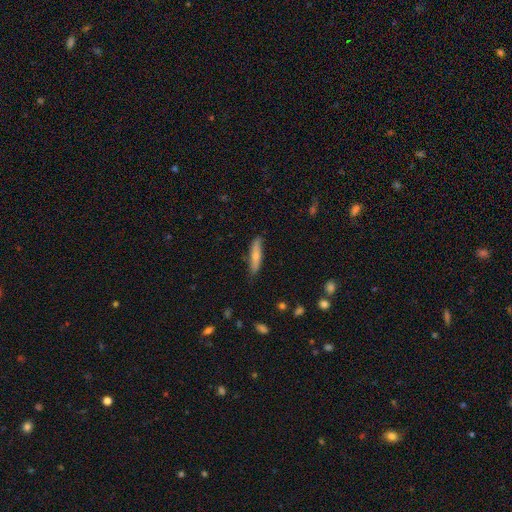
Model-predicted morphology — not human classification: The model was most divided on "smooth or featured": smooth: 66%, featured or disk: 29%, star or artifact: 6%. More confident: how rounded — cigar-shaped (81%); merging — none (80%).